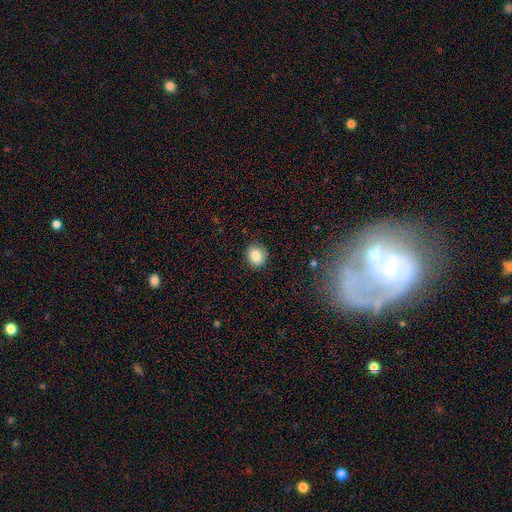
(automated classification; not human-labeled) smooth 85%, star or artifact 9%, featured or disk 6%. Down the decision tree: how rounded — round (68%); merging — none (86%).